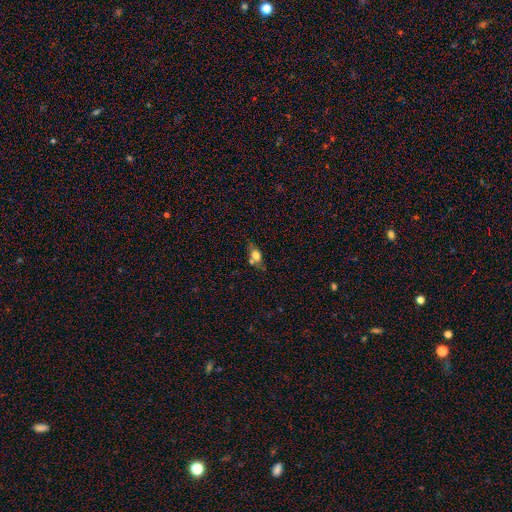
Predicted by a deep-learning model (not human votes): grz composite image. It shows a smooth galaxy with no disk features (66%) that is in between round and cigar-shaped (72%). Merging: none (58%).